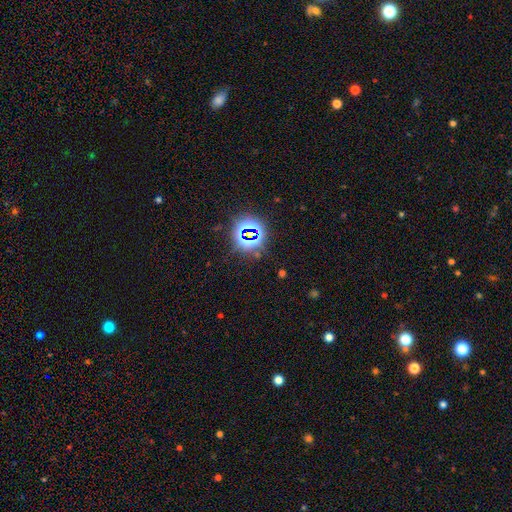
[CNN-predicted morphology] Smooth or featured?
  - star or artifact: 77% *
  - smooth: 15%
  - featured or disk: 8%